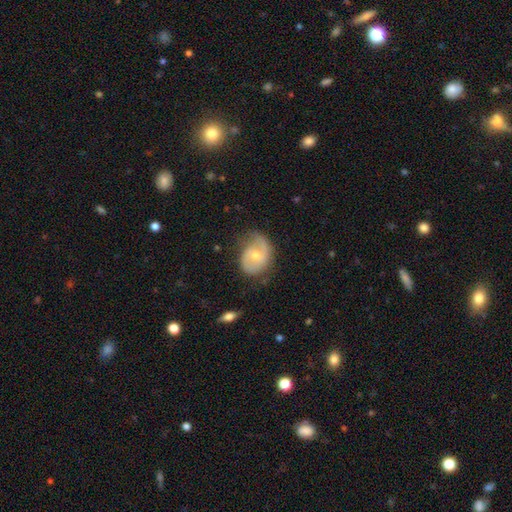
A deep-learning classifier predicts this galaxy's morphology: Smooth or featured? Predicted: featured or disk (p=0.70). Edge-on disk? Predicted: no (p=0.97). Bar? Predicted: no (p=0.54). Spiral arms? Predicted: yes (p=0.88). Spiral winding? Predicted: medium (p=0.43). Spiral arm count? Predicted: 2 (p=0.57). Bulge size? Predicted: moderate (p=0.54). Merging? Predicted: none (p=0.55).